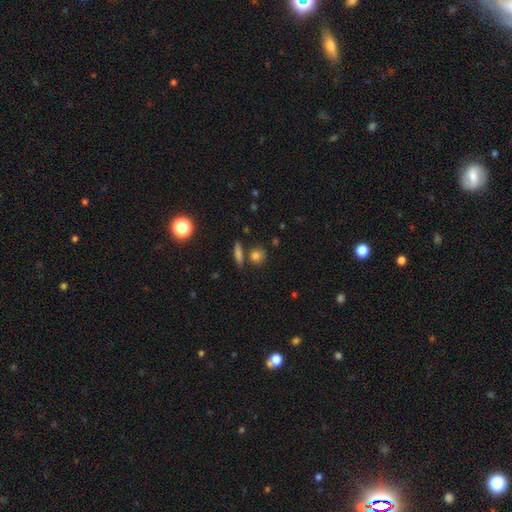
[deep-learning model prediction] The model was most divided on "how rounded": round: 72%, in between: 22%, cigar-shaped: 6%. More confident: smooth or featured — smooth (79%); merging — none (73%).